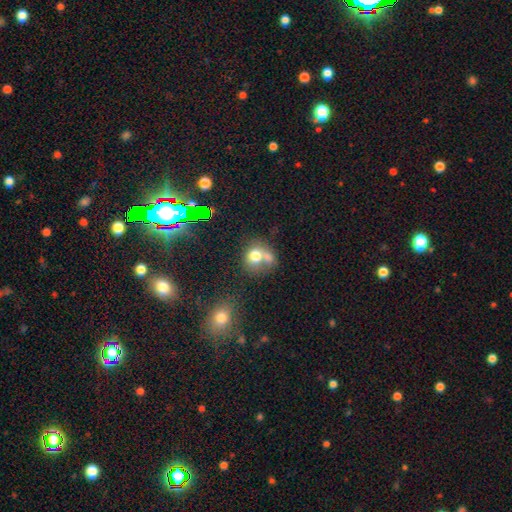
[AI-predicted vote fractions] smooth 72%, featured or disk 16%, star or artifact 12%. Down the decision tree: how rounded — round (65%); merging — merger (54%).